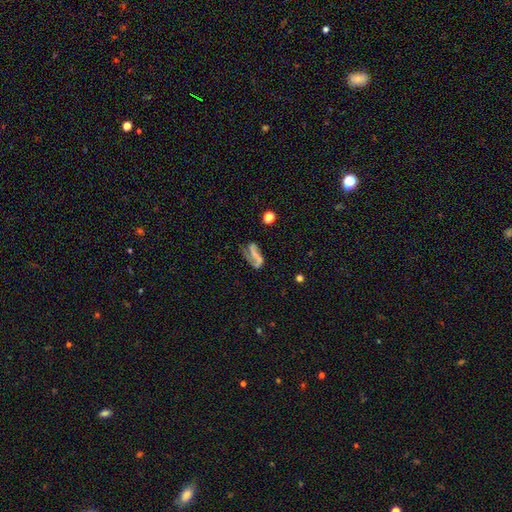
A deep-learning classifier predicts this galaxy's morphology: featured or disk 59%, smooth 28%, star or artifact 13%. Down the decision tree: edge-on disk — no (94%); bar — no (45%); spiral arms — yes (67%); bulge size — none (67%); merging — none (34%, tied with major disturbance).